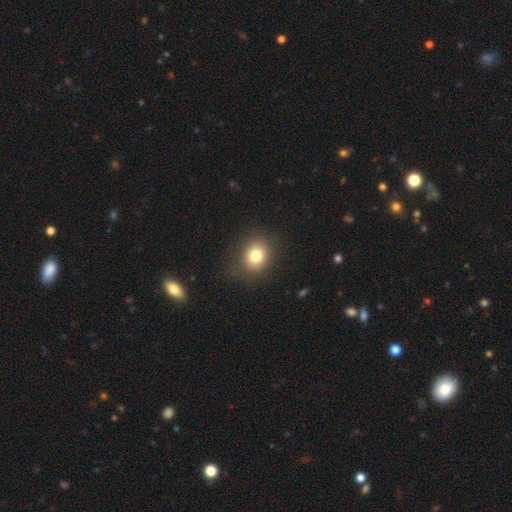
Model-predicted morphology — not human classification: type=smooth (79%); roundness=round (69%); merging=none (84%).